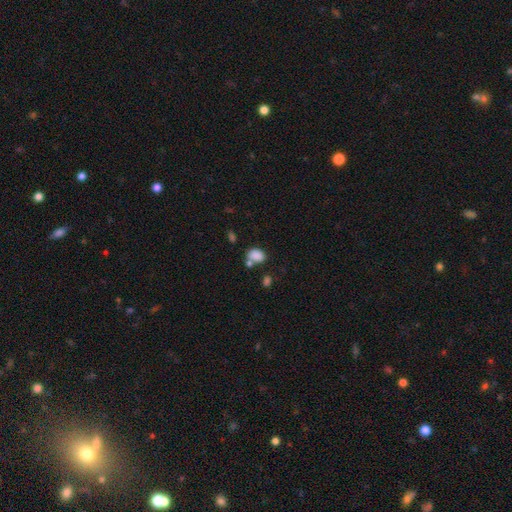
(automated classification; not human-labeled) A smooth galaxy with no disk features (84%) that is in between round and cigar-shaped (76%).

Vote fractions:
- Smooth or featured? smooth: 84% / star or artifact: 10% / featured or disk: 6%
- How rounded? in between: 76% / round: 22% / cigar-shaped: 1%
- Merging? none: 52% / merger: 25% / minor disturbance: 17% / major disturbance: 7%